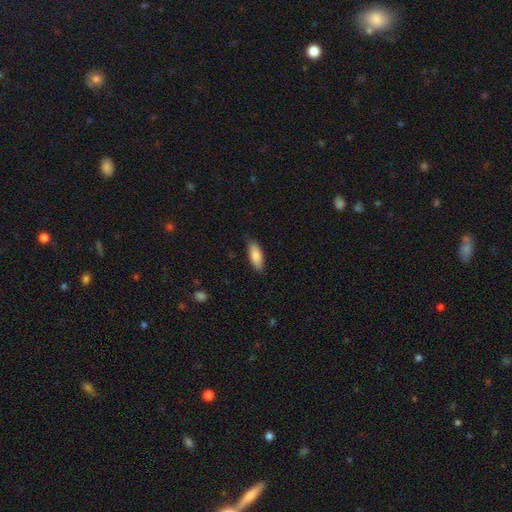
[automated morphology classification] Overall: smooth (86%). How rounded: in between (72%). Merging: none (84%).